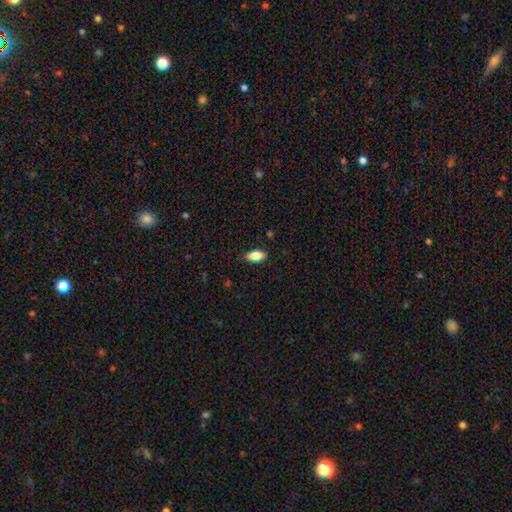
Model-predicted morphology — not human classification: Overall: smooth (80%). How rounded: in between (87%). Merging: none (87%).